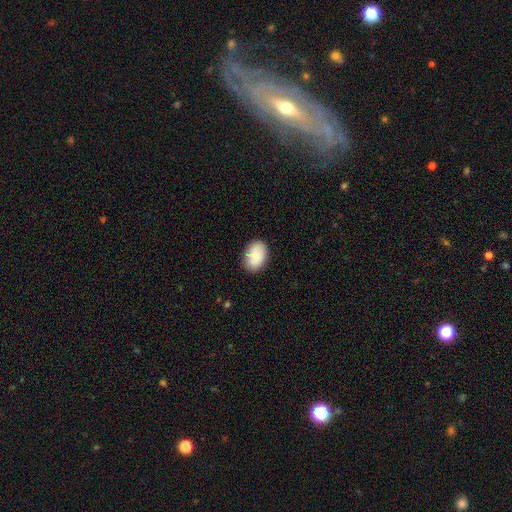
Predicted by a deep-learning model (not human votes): Smooth or featured: smooth — 85% (featured or disk — 8%)
How rounded: in between — 82% (round — 17%)
Merging: none — 85% (minor disturbance — 12%)